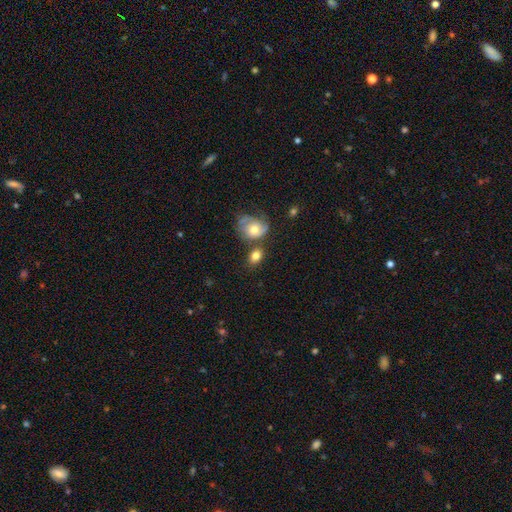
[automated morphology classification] smooth 75%, featured or disk 17%, star or artifact 8%. Down the decision tree: how rounded — in between (70%); merging — none (56%).